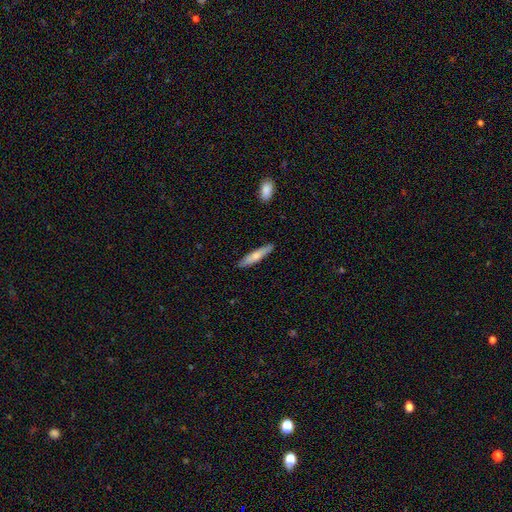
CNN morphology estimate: smooth-or-featured: smooth: 65% | featured or disk: 29% | star or artifact: 6%
  how-rounded: cigar-shaped: 84% | in between: 14% | round: 2%
  merging: none: 88% | minor disturbance: 9% | major disturbance: 2% | merger: 1%